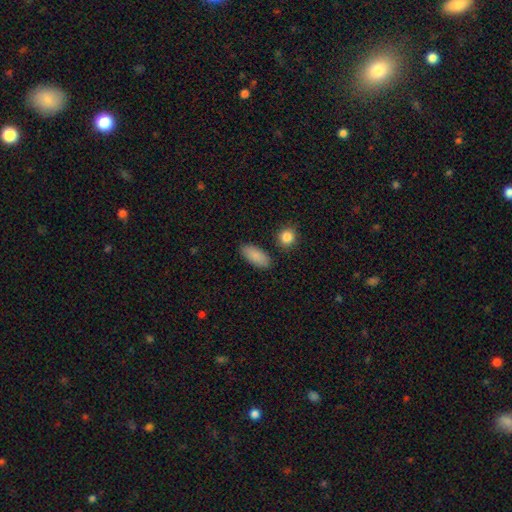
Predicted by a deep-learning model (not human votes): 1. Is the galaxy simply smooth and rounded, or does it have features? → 87% smooth, 7% star or artifact, 6% featured or disk.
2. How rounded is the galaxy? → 88% in between, 8% cigar-shaped, 3% round.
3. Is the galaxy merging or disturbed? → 84% none, 11% minor disturbance, 3% merger, 3% major disturbance.